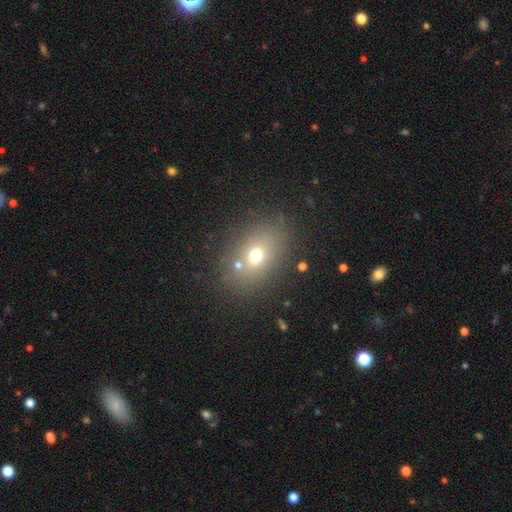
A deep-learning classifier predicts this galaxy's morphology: Q: Smooth or featured?
A: smooth (65%); runner-up: star or artifact (19%)
Q: How rounded?
A: in between (60%); runner-up: round (39%)
Q: Merging?
A: none (78%); runner-up: minor disturbance (10%)